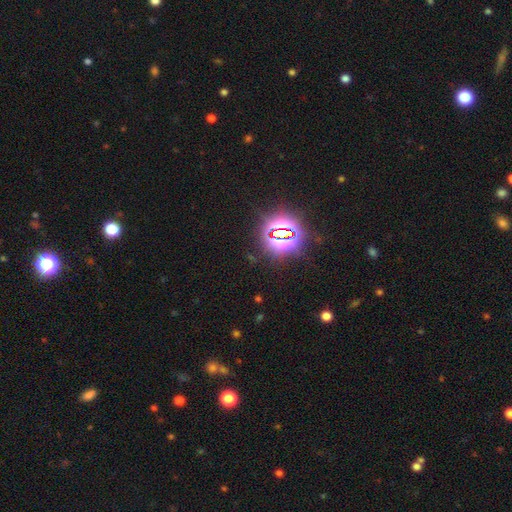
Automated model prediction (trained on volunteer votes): Smooth or featured? star or artifact (80%)